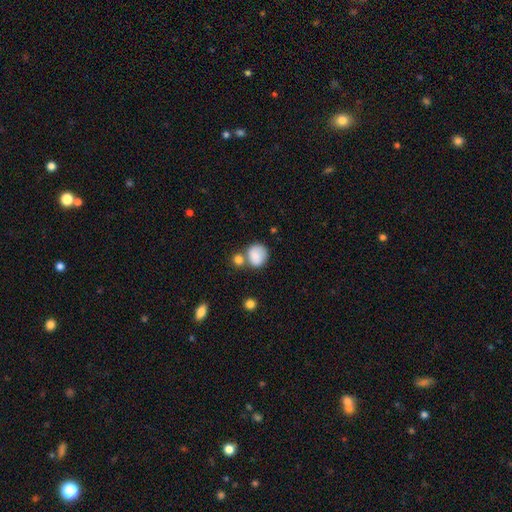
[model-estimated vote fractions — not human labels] Overall: smooth (84%). How rounded: round (74%). Merging: none (49%; merger 30%).